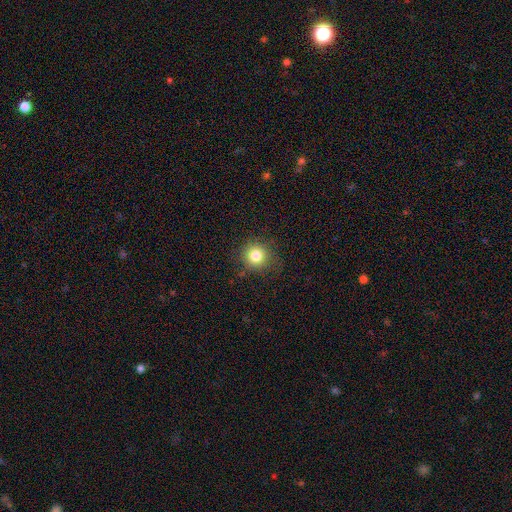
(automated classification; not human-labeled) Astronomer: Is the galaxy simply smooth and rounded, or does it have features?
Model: smooth — 81%.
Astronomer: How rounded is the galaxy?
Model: round — 91%.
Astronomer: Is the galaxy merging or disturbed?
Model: none — 85%.